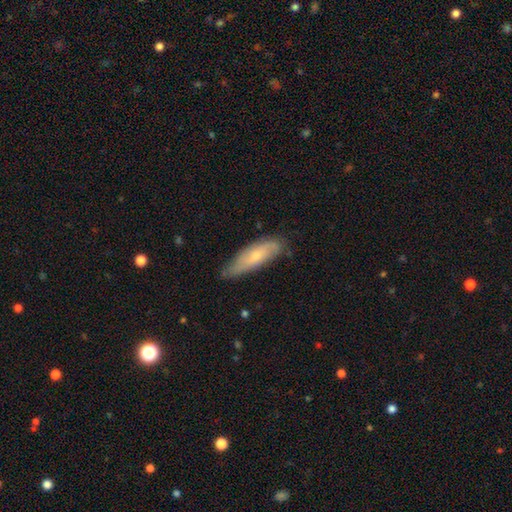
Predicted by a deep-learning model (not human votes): This appears to be a smooth galaxy with no disk features (50%). Merging: none (62%).